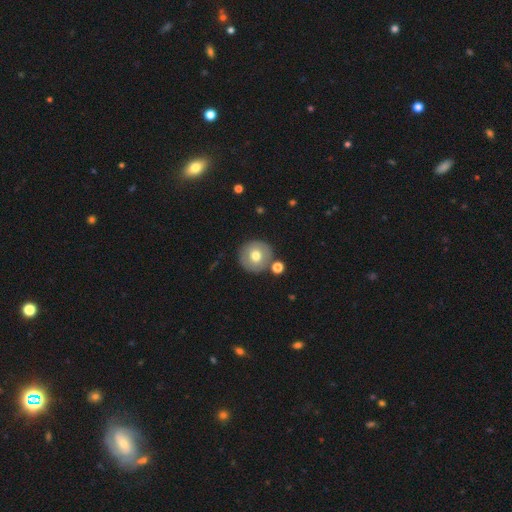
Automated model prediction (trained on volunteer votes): The model was most divided on "smooth or featured": smooth: 69%, featured or disk: 23%, star or artifact: 9%. More confident: how rounded — round (94%); merging — none (81%).